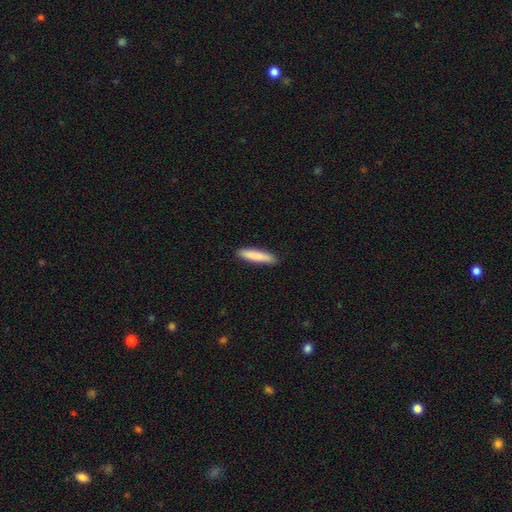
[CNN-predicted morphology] Smooth or featured: smooth — 86% (featured or disk — 8%)
How rounded: cigar-shaped — 84% (in between — 15%)
Merging: none — 89% (minor disturbance — 8%)